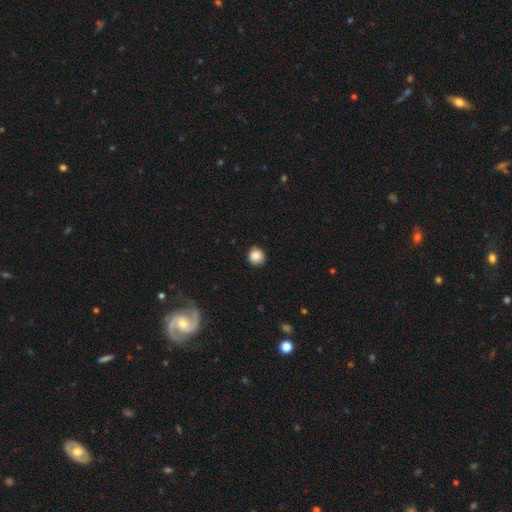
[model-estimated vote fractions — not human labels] Q: Smooth or featured?
A: smooth (86%); runner-up: star or artifact (9%)
Q: How rounded?
A: round (92%); runner-up: in between (7%)
Q: Merging?
A: none (88%); runner-up: minor disturbance (10%)